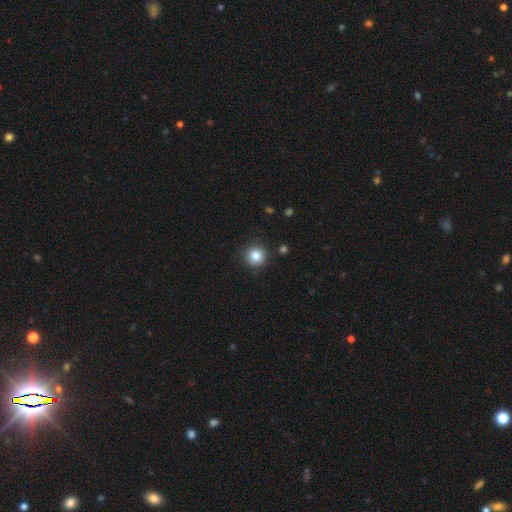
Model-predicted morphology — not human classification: Smooth or featured? Predicted: smooth (p=0.82). How rounded? Predicted: round (p=0.95). Merging? Predicted: none (p=0.89).